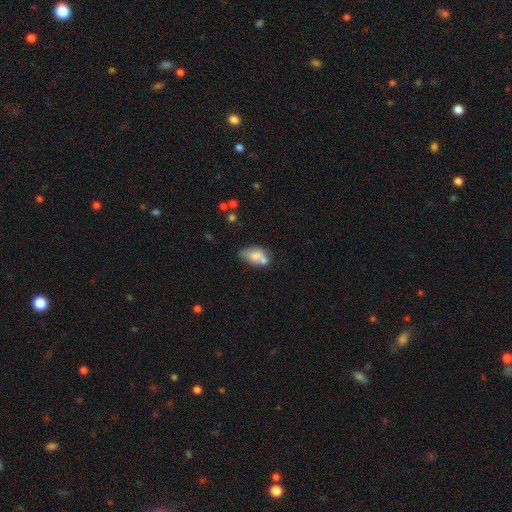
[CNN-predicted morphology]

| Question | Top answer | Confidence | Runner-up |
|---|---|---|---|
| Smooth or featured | smooth | 69% | featured or disk (22%) |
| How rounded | in between | 88% | round (8%) |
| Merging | none | 36% | merger (35%) |